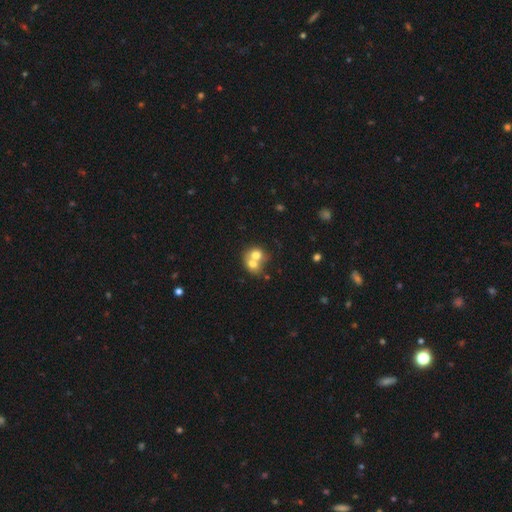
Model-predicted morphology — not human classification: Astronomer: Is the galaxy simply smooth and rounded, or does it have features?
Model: smooth — 67%.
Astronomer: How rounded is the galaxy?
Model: round — 66%.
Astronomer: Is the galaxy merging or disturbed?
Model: merger — 71%.